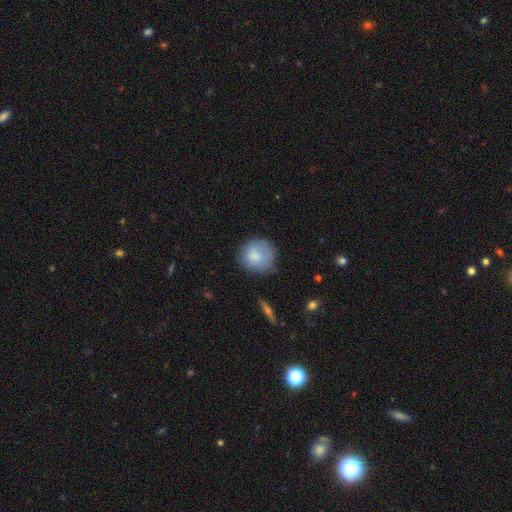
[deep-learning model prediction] Q: Smooth or featured?
A: smooth (82%); runner-up: featured or disk (11%)
Q: How rounded?
A: round (90%); runner-up: in between (9%)
Q: Merging?
A: none (73%); runner-up: minor disturbance (19%)